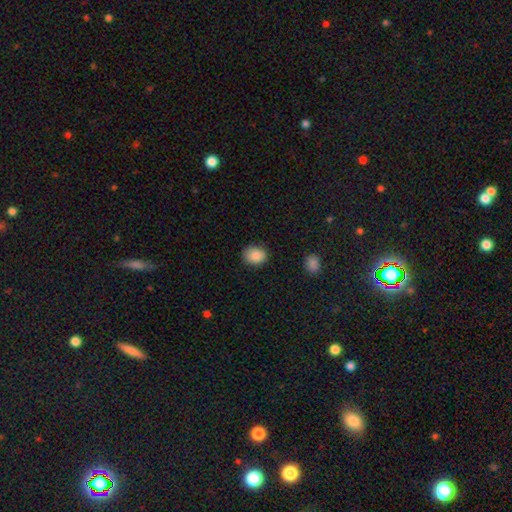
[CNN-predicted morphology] smooth 88%, star or artifact 8%, featured or disk 4%. Down the decision tree: how rounded — round (51%); merging — none (84%).